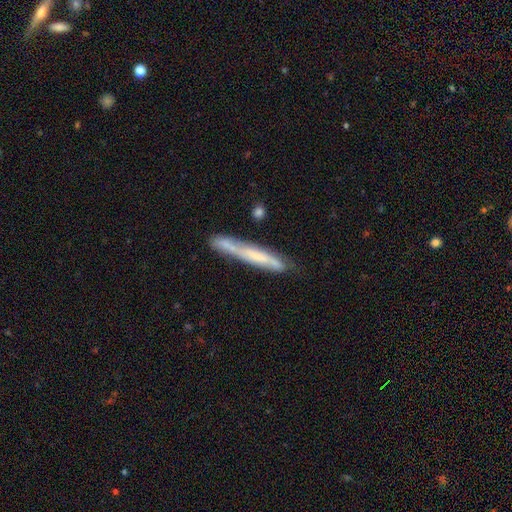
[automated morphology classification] Smooth or featured? Predicted: featured or disk (p=0.52). Edge-on disk? Predicted: yes (p=0.78). Merging? Predicted: none (p=0.66).